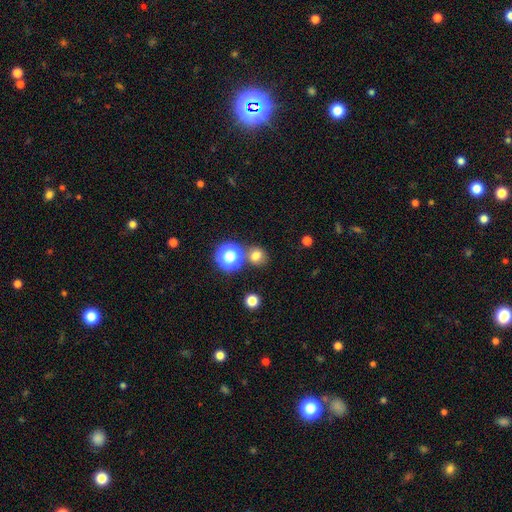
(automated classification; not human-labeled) Smooth or featured? smooth (73%)
How rounded? round (82%)
Merging? none (75%)